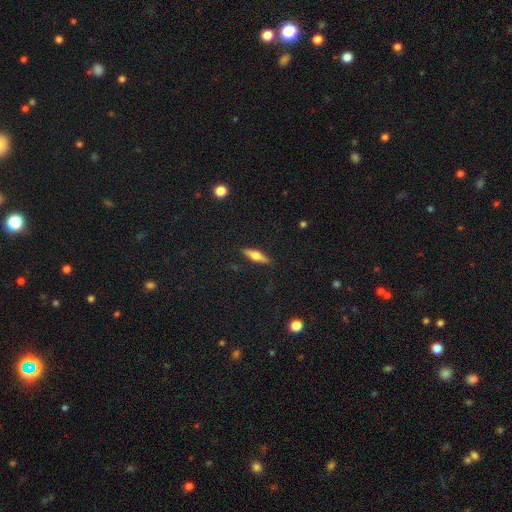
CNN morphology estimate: A featured or disk galaxy (54%) viewed edge-on (95%) with a rounded central bulge (92%). Merging: none (88%).